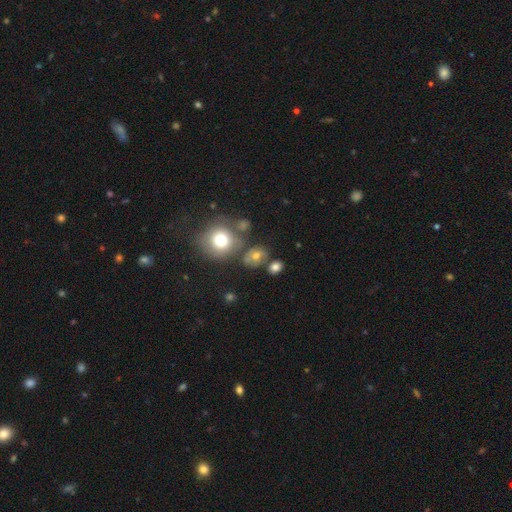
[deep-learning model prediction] Q: Smooth or featured?
A: smooth (60%); runner-up: featured or disk (23%)
Q: How rounded?
A: round (61%); runner-up: in between (37%)
Q: Merging?
A: none (61%); runner-up: minor disturbance (16%)